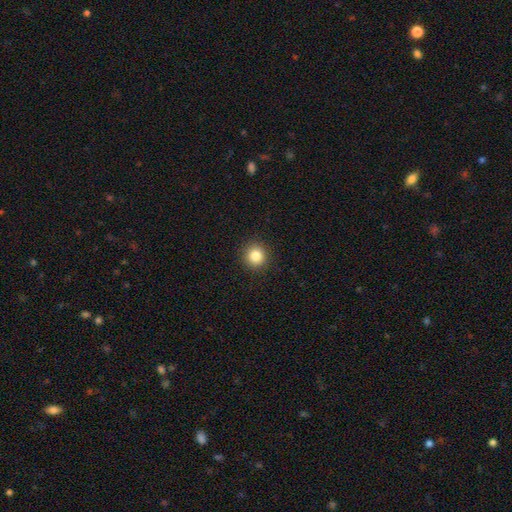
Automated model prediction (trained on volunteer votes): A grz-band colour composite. It shows a smooth galaxy with no disk features (84%) that is round (91%). Merging: none (92%).